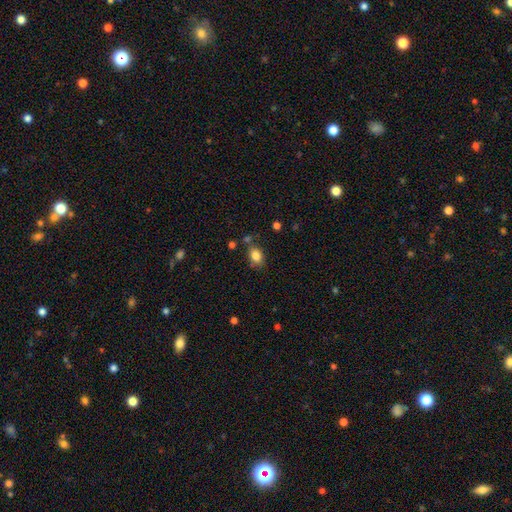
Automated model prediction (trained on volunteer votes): Smooth or featured? Predicted: smooth (p=0.84). How rounded? Predicted: in between (p=0.73). Merging? Predicted: none (p=0.72).